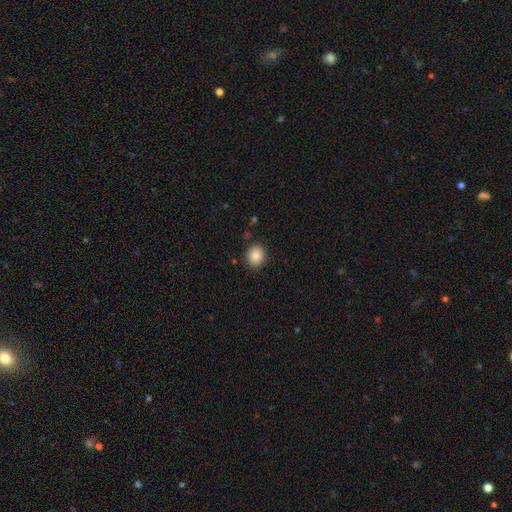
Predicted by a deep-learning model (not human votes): smooth_or_featured: smooth (p=0.86) [alt: star or artifact p=0.09]
how_rounded: round (p=0.73) [alt: in between p=0.26]
merging: none (p=0.88) [alt: minor disturbance p=0.08]